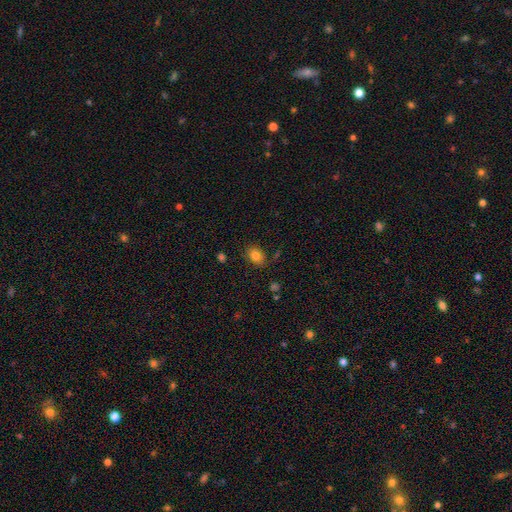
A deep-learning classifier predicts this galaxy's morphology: smooth 83%, star or artifact 10%, featured or disk 7%. Down the decision tree: how rounded — in between (74%); merging — none (81%).